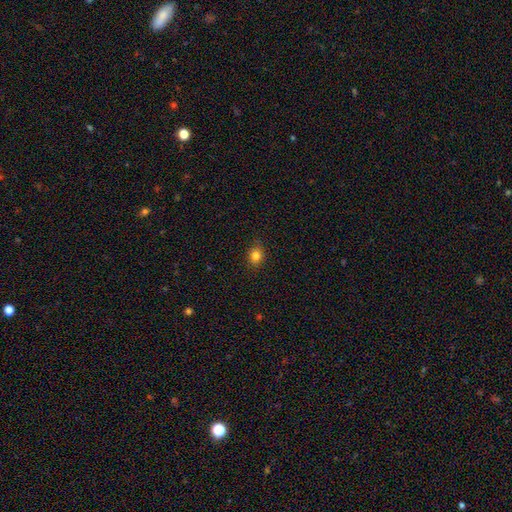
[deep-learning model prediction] The model was most divided on "how rounded": round: 58%, in between: 41%, cigar-shaped: 1%. More confident: merging — none (87%); smooth or featured — smooth (83%).